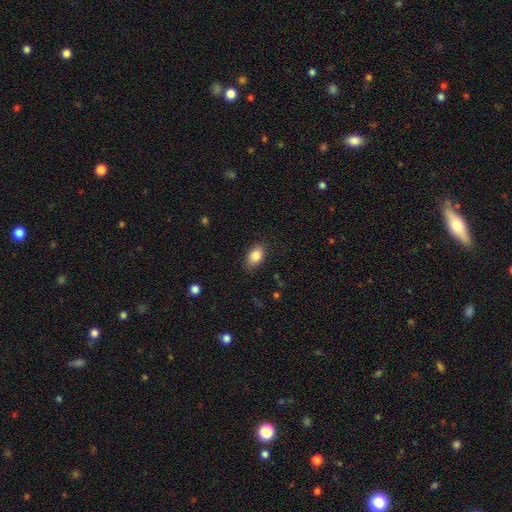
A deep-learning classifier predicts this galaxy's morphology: smooth_or_featured: smooth (p=0.85) [alt: star or artifact p=0.08]
how_rounded: in between (p=0.88) [alt: round p=0.10]
merging: none (p=0.85) [alt: minor disturbance p=0.12]